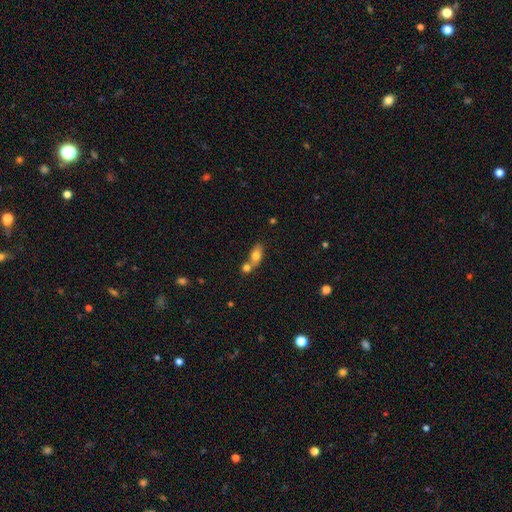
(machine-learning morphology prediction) smooth 74%, featured or disk 17%, star or artifact 9%. Down the decision tree: how rounded — in between (77%); merging — merger (51%).